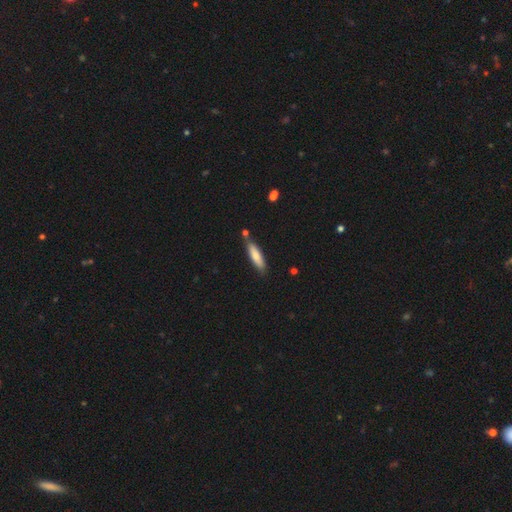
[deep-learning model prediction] A smooth galaxy with no disk features (75%) that is cigar-shaped (70%). Merging: none (74%).